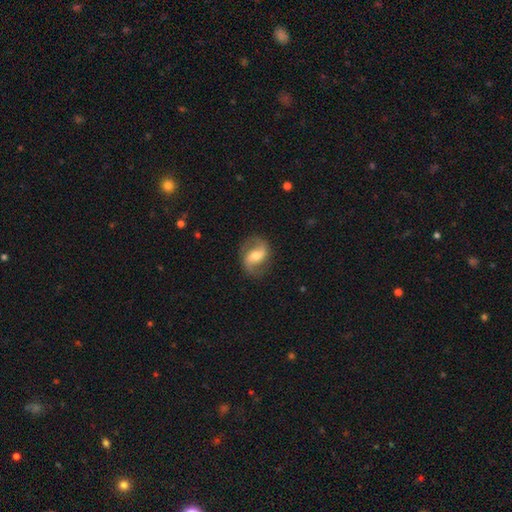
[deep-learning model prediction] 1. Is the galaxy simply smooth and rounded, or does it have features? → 80% featured or disk, 14% smooth, 6% star or artifact.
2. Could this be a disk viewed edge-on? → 97% no, 3% yes.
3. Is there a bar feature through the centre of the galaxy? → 40% weak, 31% strong, 29% no.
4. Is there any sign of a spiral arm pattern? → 93% yes, 7% no.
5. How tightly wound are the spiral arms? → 50% loose, 38% medium, 12% tight.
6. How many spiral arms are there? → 92% 2, 3% can't tell, 2% 1, 1% 3, 1% 4, 1% more than 4.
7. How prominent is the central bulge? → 64% moderate, 26% small, 7% large, 2% none, 1% dominant.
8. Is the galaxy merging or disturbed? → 81% none, 12% minor disturbance, 5% major disturbance, 1% merger.